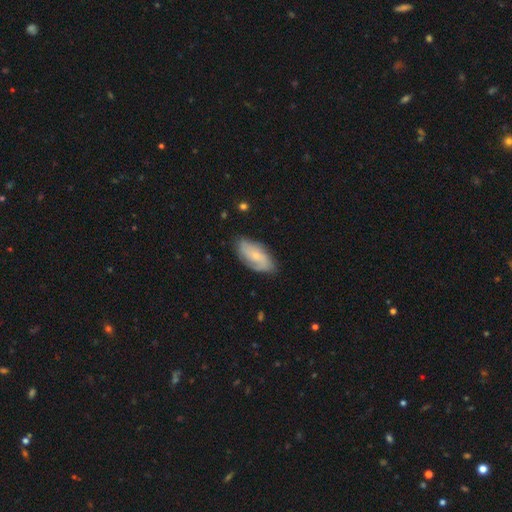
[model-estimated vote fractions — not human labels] Smooth or featured? featured or disk (58%)
Edge-on disk? no (93%)
Bar? no (69%)
Spiral arms? yes (87%)
Bulge size? small (66%)
Merging? none (73%)